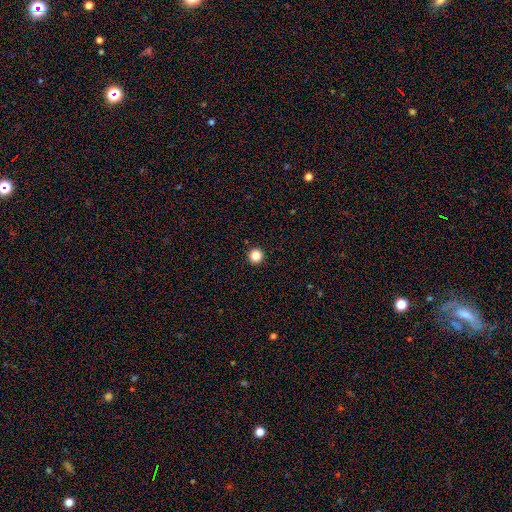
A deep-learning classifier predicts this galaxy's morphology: smooth 86%, star or artifact 11%, featured or disk 3%. Down the decision tree: how rounded — round (96%); merging — none (94%).